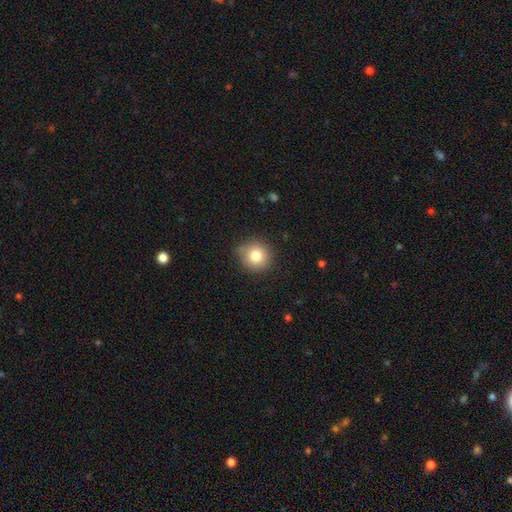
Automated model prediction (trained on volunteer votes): A smooth galaxy with no disk features (81%) that is round (92%).

Vote fractions:
- Smooth or featured? smooth: 81% / star or artifact: 11% / featured or disk: 9%
- How rounded? round: 92% / in between: 7% / cigar-shaped: 1%
- Merging? none: 83% / minor disturbance: 13% / major disturbance: 3% / merger: 2%